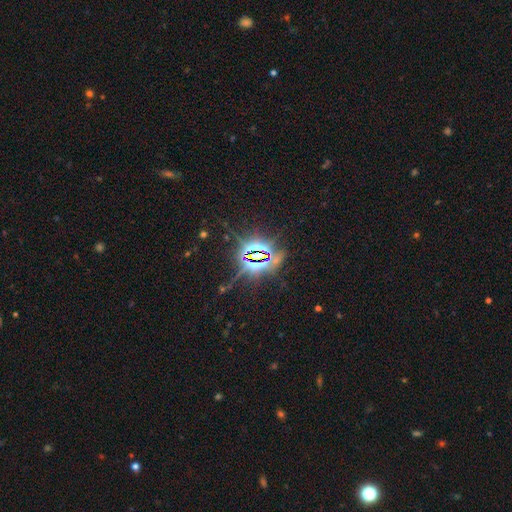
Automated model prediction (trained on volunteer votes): Smooth or featured: star or artifact — 82% (smooth — 9%)